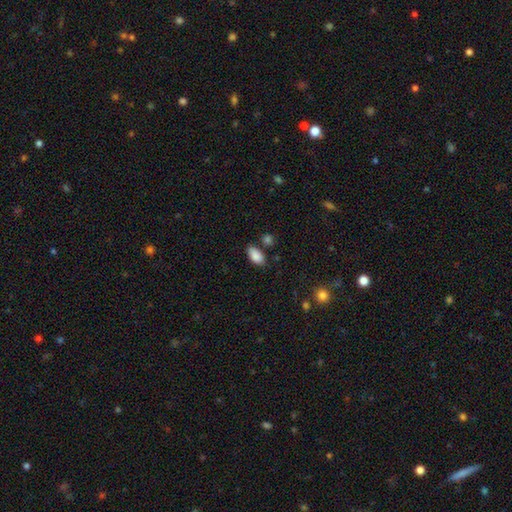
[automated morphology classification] This is clearly a smooth galaxy (88%). How rounded: clearly in between (93%). Merging: likely none (76%).